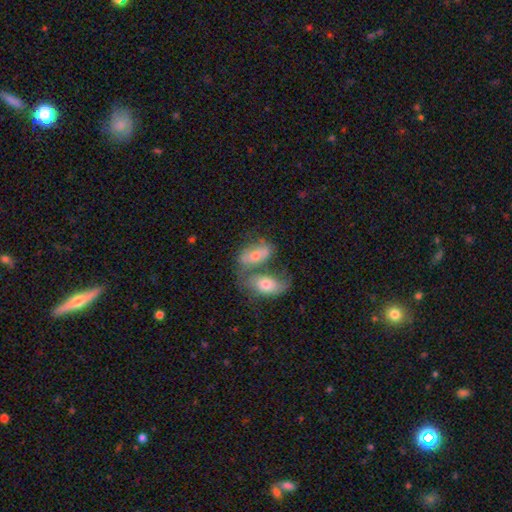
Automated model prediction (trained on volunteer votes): smooth_or_featured: smooth (p=0.58) [alt: featured or disk p=0.34]
how_rounded: in between (p=0.86) [alt: cigar-shaped p=0.07]
merging: merger (p=0.62) [alt: none p=0.22]